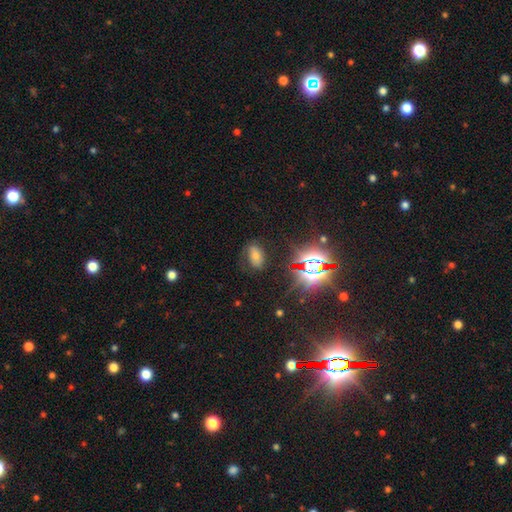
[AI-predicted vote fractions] A star or artifact, not a galaxy (41%).

Vote fractions:
- Smooth or featured? star or artifact: 41% / smooth: 38% / featured or disk: 21%